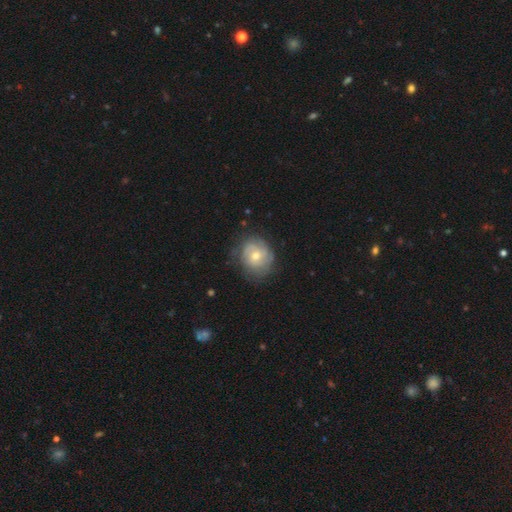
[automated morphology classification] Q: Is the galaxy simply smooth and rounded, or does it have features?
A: featured or disk — 67%.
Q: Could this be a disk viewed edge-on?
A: no — 97%.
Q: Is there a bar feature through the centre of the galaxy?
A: no — 70%.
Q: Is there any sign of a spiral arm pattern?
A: yes — 88%.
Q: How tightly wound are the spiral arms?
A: tight — 63%.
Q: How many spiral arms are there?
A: can't tell — 42%.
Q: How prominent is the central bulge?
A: moderate — 53%.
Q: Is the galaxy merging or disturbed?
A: none — 72%.